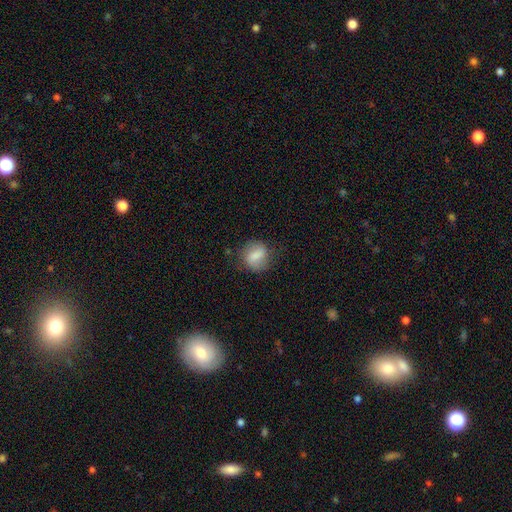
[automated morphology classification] Q: Smooth or featured?
A: smooth (72%); runner-up: featured or disk (20%)
Q: How rounded?
A: round (59%); runner-up: in between (38%)
Q: Merging?
A: none (69%); runner-up: minor disturbance (21%)